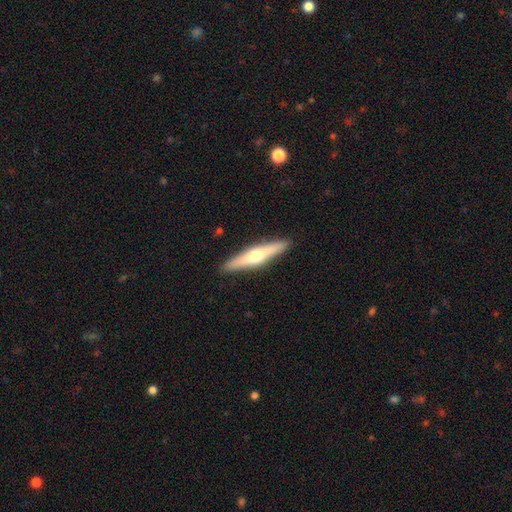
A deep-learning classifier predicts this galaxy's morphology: A featured or disk galaxy (53%) viewed edge-on (94%). Merging: none (90%).